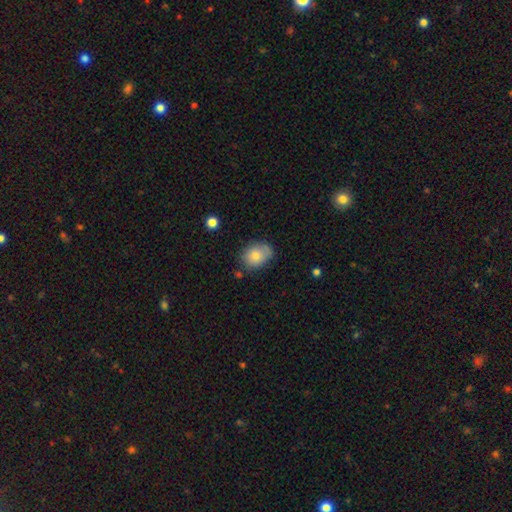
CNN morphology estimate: smooth_or_featured: smooth (p=0.76) [alt: featured or disk p=0.16]
how_rounded: in between (p=0.61) [alt: round p=0.38]
merging: none (p=0.64) [alt: minor disturbance p=0.26]